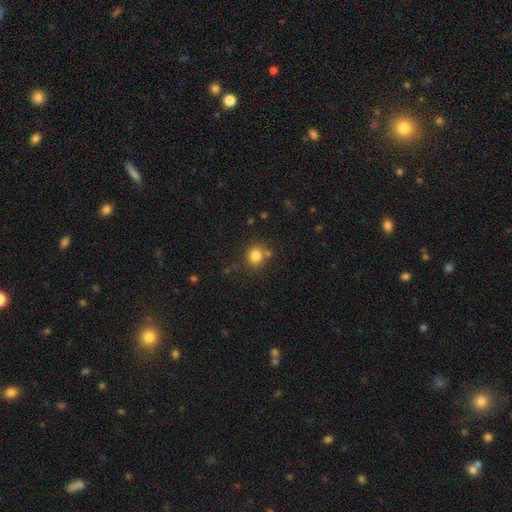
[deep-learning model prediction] Q: Smooth or featured?
A: smooth (81%); runner-up: star or artifact (12%)
Q: How rounded?
A: round (82%); runner-up: in between (17%)
Q: Merging?
A: none (76%); runner-up: minor disturbance (11%)